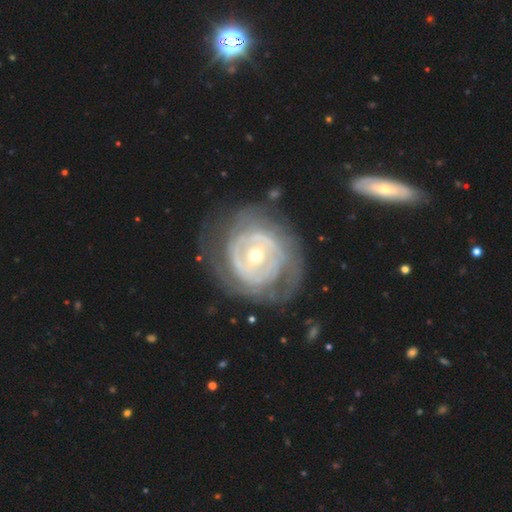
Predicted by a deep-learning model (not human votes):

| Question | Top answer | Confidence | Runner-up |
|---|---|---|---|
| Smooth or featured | featured or disk | 83% | smooth (12%) |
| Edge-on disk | no | 97% | yes (3%) |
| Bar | no | 61% | weak (27%) |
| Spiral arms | yes | 81% | no (19%) |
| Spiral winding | tight | 73% | medium (19%) |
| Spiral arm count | can't tell | 44% | 2 (26%) |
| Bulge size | small | 56% | moderate (40%) |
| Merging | none | 65% | minor disturbance (19%) |